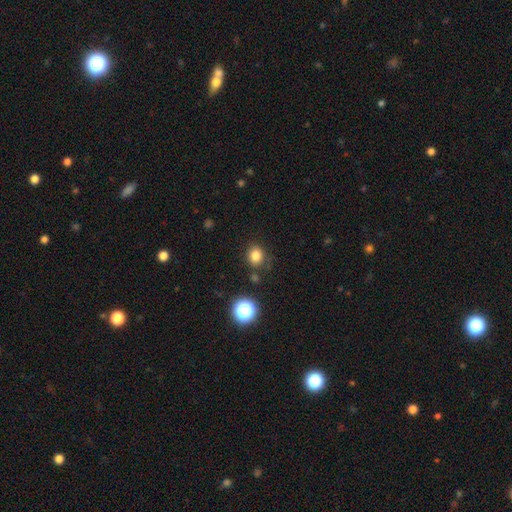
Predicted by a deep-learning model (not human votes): Smooth or featured? smooth (81%)
How rounded? round (78%)
Merging? none (83%)